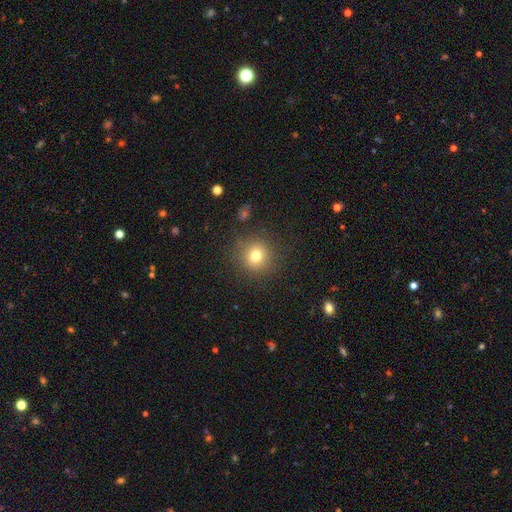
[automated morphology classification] This is likely a smooth galaxy (76%). How rounded: clearly round (94%). Merging: clearly none (88%).